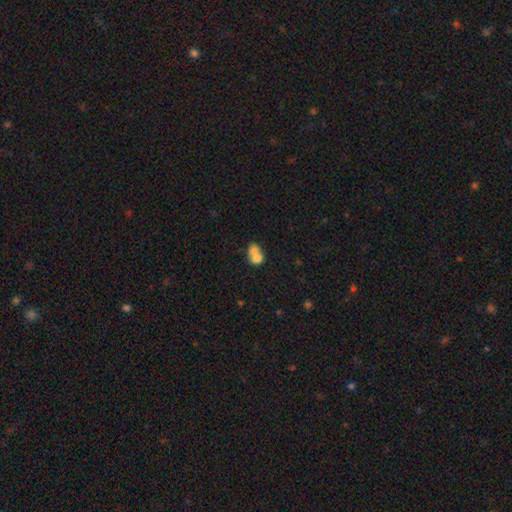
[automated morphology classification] This is likely a smooth galaxy (69%). How rounded: possibly round (51%). Merging: likely merger (71%).